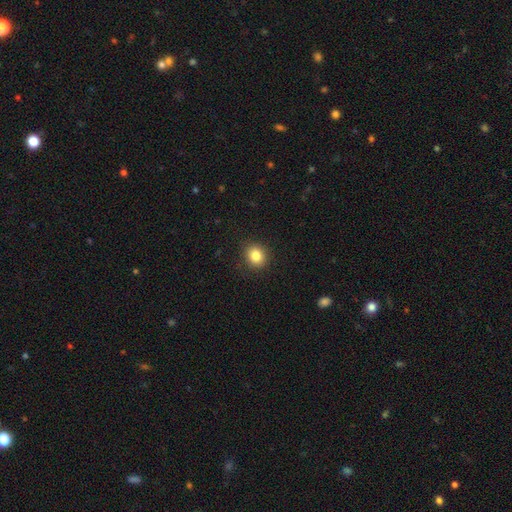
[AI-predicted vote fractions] Overall: smooth (83%). How rounded: round (78%). Merging: none (90%).